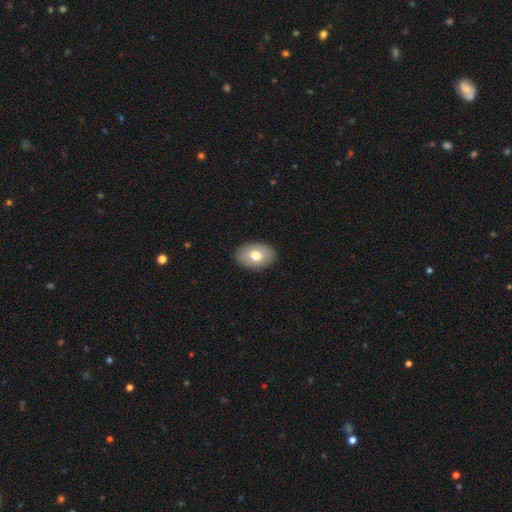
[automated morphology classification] smooth_or_featured: smooth (p=0.72) [alt: featured or disk p=0.21]
how_rounded: in between (p=0.86) [alt: round p=0.13]
merging: none (p=0.89) [alt: minor disturbance p=0.08]